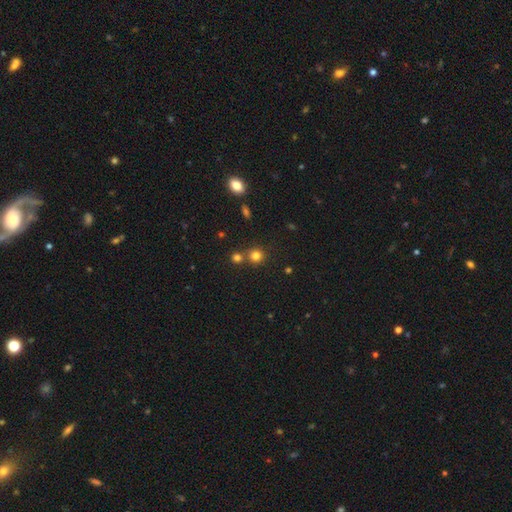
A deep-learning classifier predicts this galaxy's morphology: type=smooth (78%); roundness=round (91%); merging=none (69%).